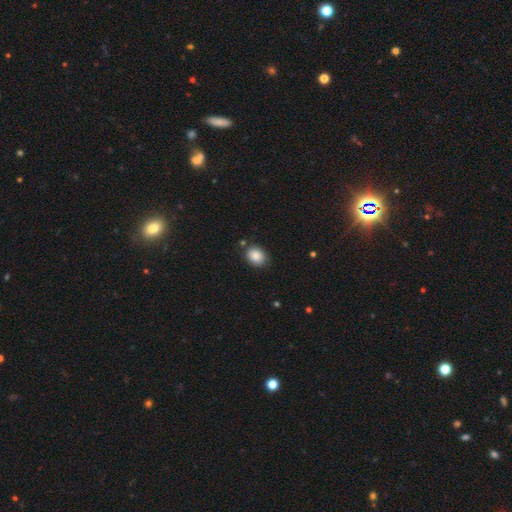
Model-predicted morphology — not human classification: This appears to be a smooth galaxy with no disk features (87%) that is in between round and cigar-shaped (57%). Merging: none (81%).